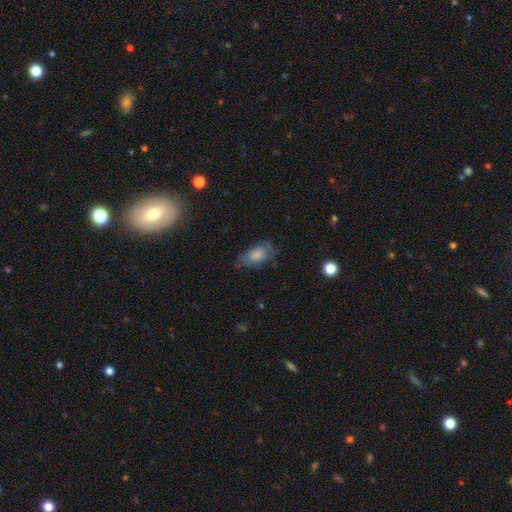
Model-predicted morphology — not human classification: Overall: smooth (58%; featured or disk 30%). How rounded: in between (86%). Merging: none (66%).